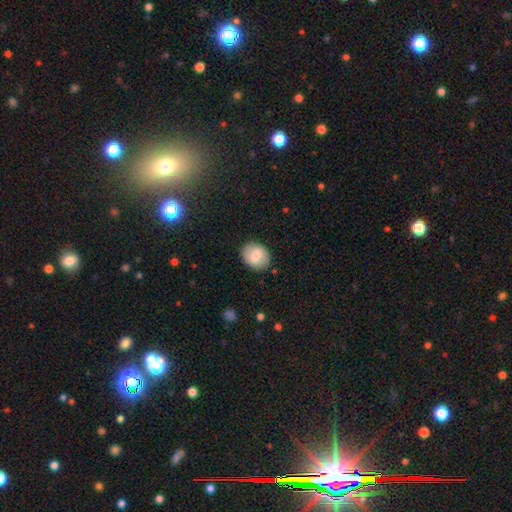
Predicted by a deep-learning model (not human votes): A smooth galaxy with no disk features (74%) that is round (50%). Merging: none (87%).